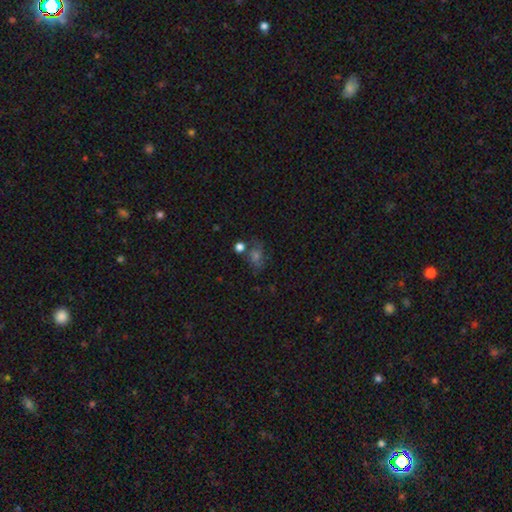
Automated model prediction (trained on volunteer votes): Smooth or featured? smooth (41%)
Merging? none (60%)